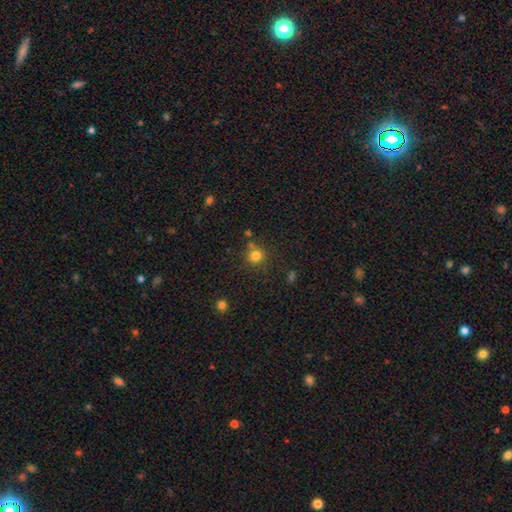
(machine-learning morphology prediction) Smooth or featured? smooth (78%)
How rounded? round (90%)
Merging? none (71%)